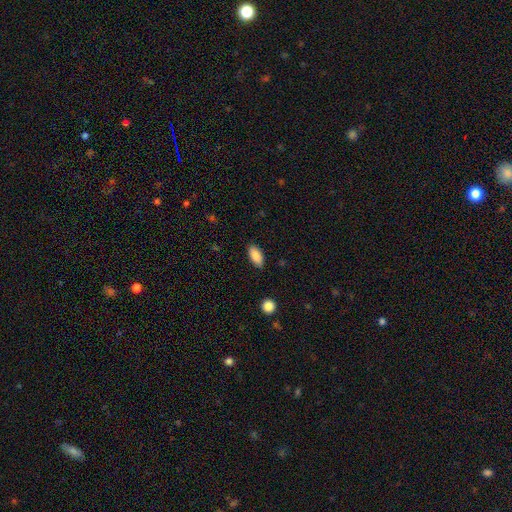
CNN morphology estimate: smooth_or_featured: smooth (p=0.88) [alt: star or artifact p=0.07]
how_rounded: in between (p=0.90) [alt: cigar-shaped p=0.07]
merging: none (p=0.86) [alt: minor disturbance p=0.10]